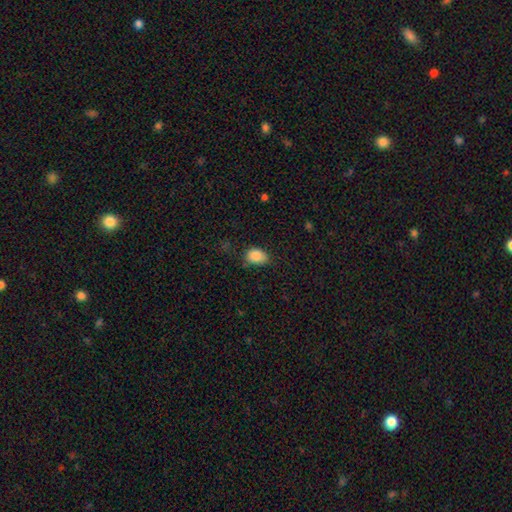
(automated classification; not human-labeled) A smooth galaxy with no disk features (86%) that is in between round and cigar-shaped (67%). Merging: none (58%).